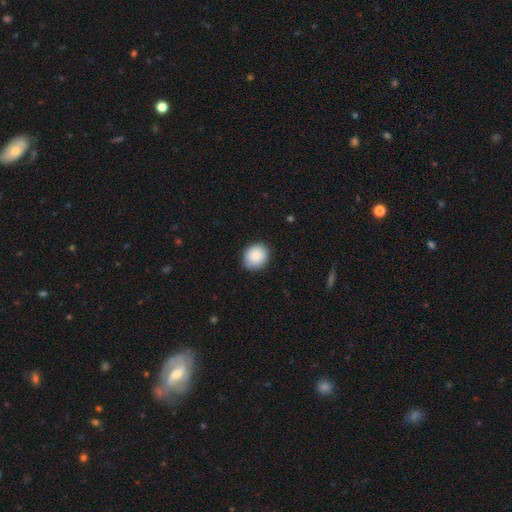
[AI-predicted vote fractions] Morphology: type=smooth (86%); roundness=round (87%); merging=none (87%).